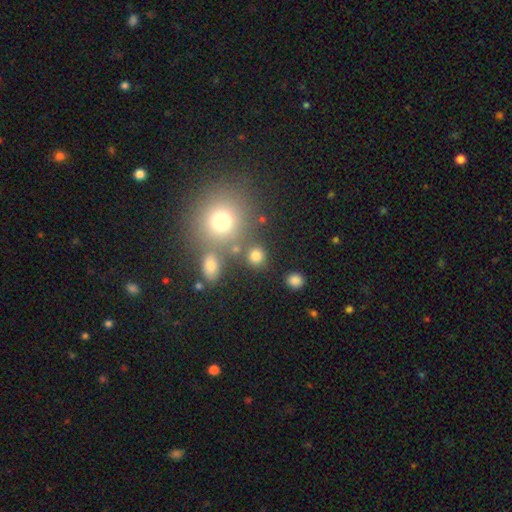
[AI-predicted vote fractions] smooth_or_featured: smooth (p=0.78) [alt: star or artifact p=0.15]
how_rounded: round (p=0.85) [alt: in between p=0.13]
merging: none (p=0.75) [alt: merger p=0.12]